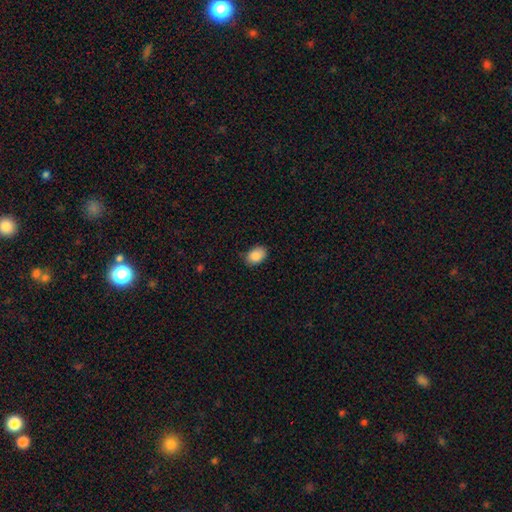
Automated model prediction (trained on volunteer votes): A smooth galaxy with no disk features (88%) that is in between round and cigar-shaped (80%). Merging: none (80%).